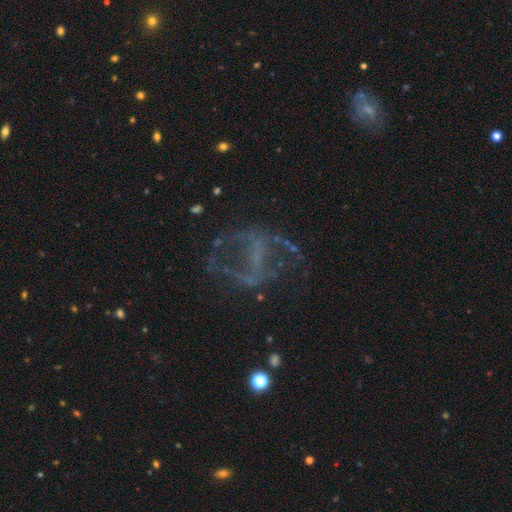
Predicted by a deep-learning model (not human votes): smooth-or-featured: featured or disk: 64% | star or artifact: 24% | smooth: 12%
  disk-edge-on: no: 96% | yes: 4%
    bar: no: 42% | weak: 30% | strong: 28%
    has-spiral-arms: yes: 52% | no: 48%
    bulge-size: none: 70% | small: 20% | moderate: 7% | large: 2% | dominant: 1%
  merging: none: 51% | major disturbance: 30% | minor disturbance: 15% | merger: 3%